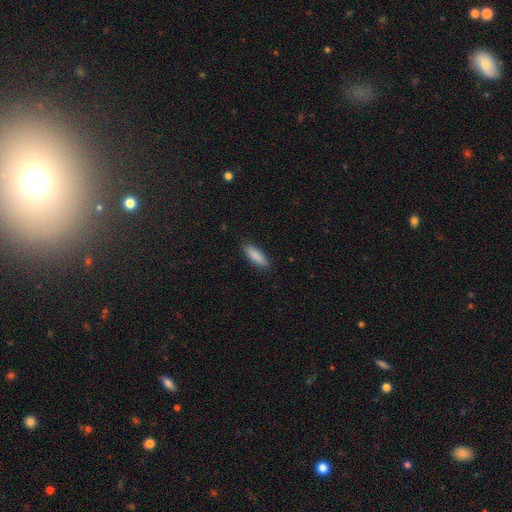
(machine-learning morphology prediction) Smooth or featured? Predicted: smooth (p=0.89). How rounded? Predicted: in between (p=0.55). Merging? Predicted: none (p=0.87).